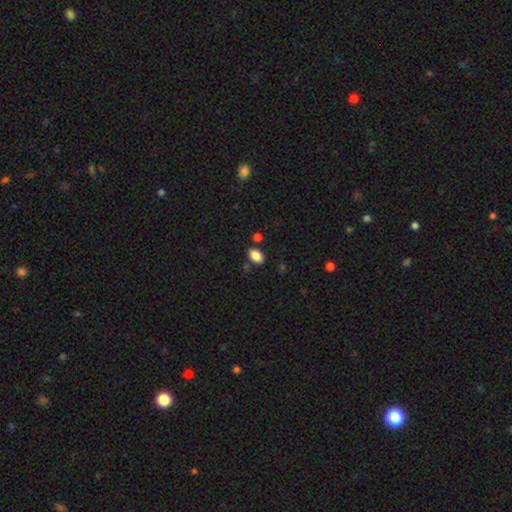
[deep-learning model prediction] A smooth galaxy with no disk features (87%) that is in between round and cigar-shaped (85%).

Vote fractions:
- Smooth or featured? smooth: 87% / star or artifact: 9% / featured or disk: 4%
- How rounded? in between: 85% / round: 14% / cigar-shaped: 1%
- Merging? none: 82% / minor disturbance: 10% / merger: 6% / major disturbance: 3%